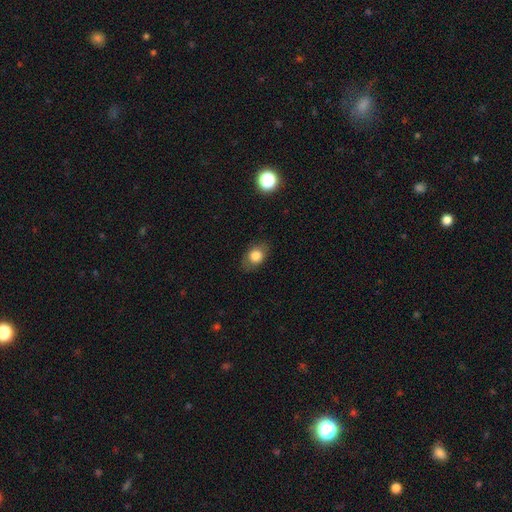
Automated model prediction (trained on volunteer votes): This is likely a smooth galaxy (79%). How rounded: likely in between (72%). Merging: clearly none (80%).